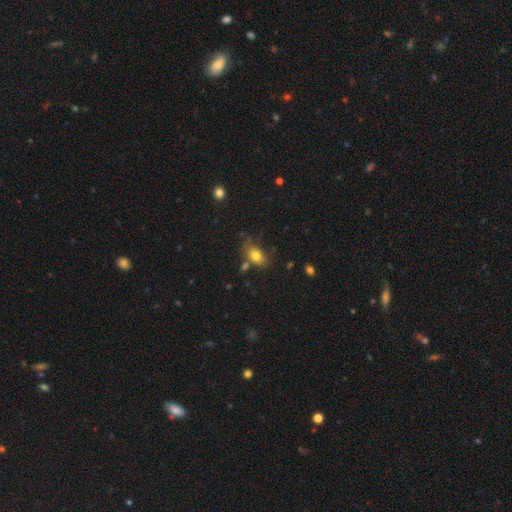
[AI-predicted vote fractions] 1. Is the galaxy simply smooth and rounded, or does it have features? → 78% smooth, 12% featured or disk, 10% star or artifact.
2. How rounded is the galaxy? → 82% in between, 16% round, 2% cigar-shaped.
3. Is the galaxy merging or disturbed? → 61% none, 21% minor disturbance, 11% merger, 7% major disturbance.